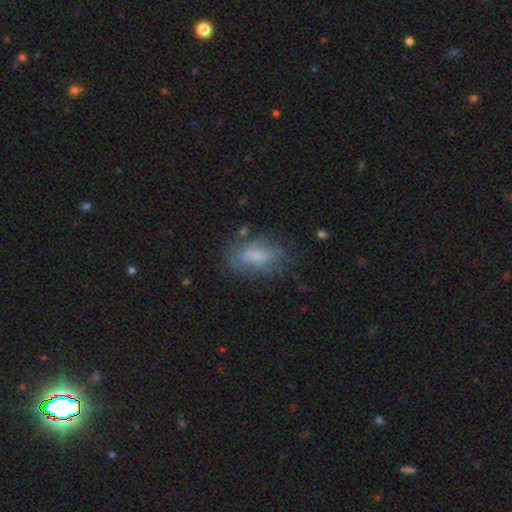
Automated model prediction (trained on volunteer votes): smooth_or_featured: smooth (p=0.71) [alt: featured or disk p=0.20]
how_rounded: in between (p=0.86) [alt: cigar-shaped p=0.08]
merging: none (p=0.63) [alt: minor disturbance p=0.23]